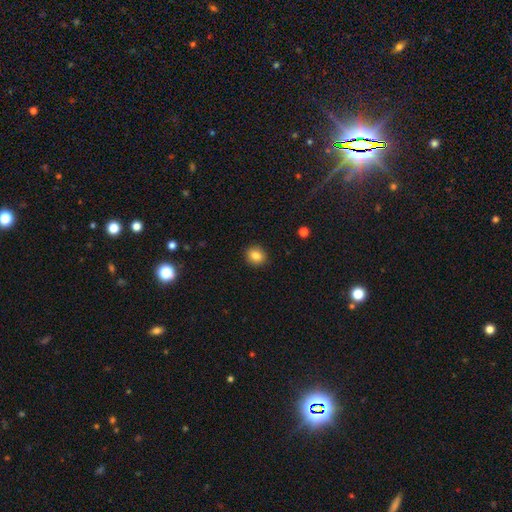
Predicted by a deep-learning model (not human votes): Smooth or featured?
  - smooth: 85% *
  - star or artifact: 9%
  - featured or disk: 6%
How rounded?
  - round: 77% *
  - in between: 22%
  - cigar-shaped: 1%
Merging?
  - none: 91% *
  - minor disturbance: 7%
  - major disturbance: 2%
  - merger: 1%